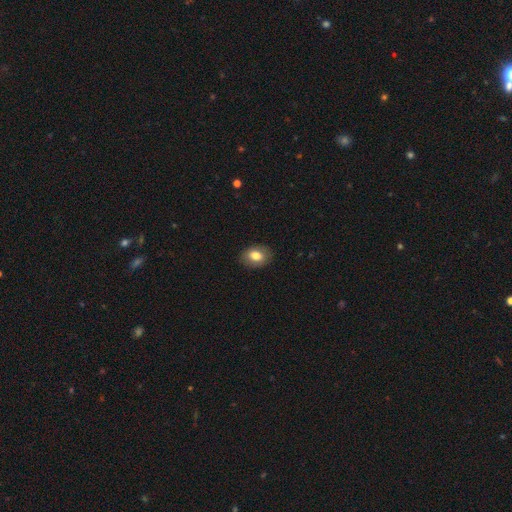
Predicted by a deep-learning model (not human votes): Q: Smooth or featured?
A: smooth (80%); runner-up: featured or disk (11%)
Q: How rounded?
A: in between (70%); runner-up: round (29%)
Q: Merging?
A: none (87%); runner-up: minor disturbance (9%)